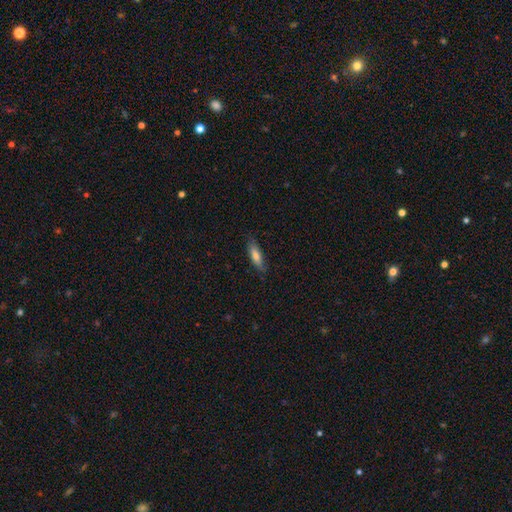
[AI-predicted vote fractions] This is likely a smooth galaxy (73%). How rounded: possibly cigar-shaped (54%). Merging: likely none (78%).